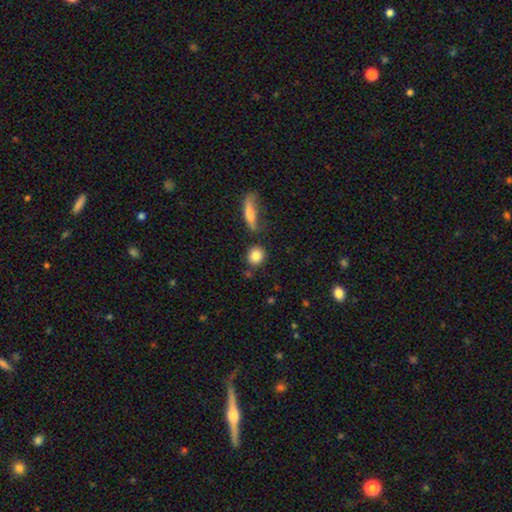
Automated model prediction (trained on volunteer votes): Smooth or featured? smooth (85%)
How rounded? round (80%)
Merging? none (75%)